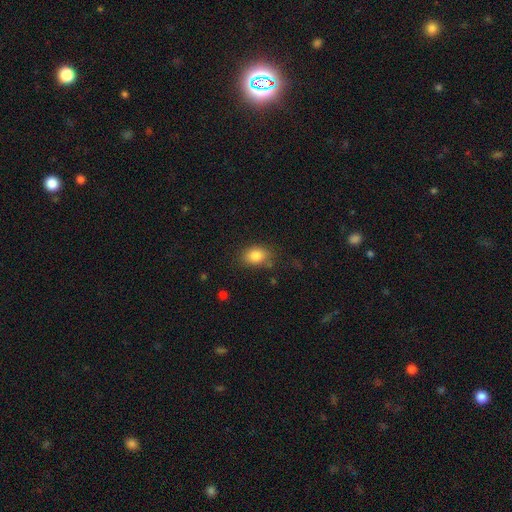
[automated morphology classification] Smooth or featured: smooth — 84% (star or artifact — 9%)
How rounded: in between — 72% (round — 26%)
Merging: none — 77% (minor disturbance — 16%)